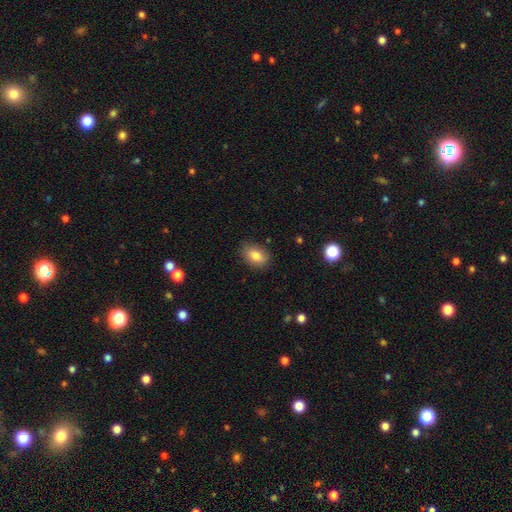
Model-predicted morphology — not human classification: A smooth galaxy with no disk features (80%) that is in between round and cigar-shaped (80%). Merging: none (81%).